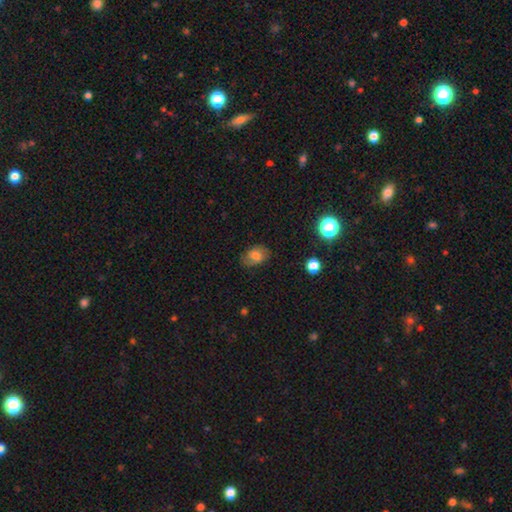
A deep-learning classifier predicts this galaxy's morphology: type=smooth (72%); roundness=in between (78%); merging=none (75%).